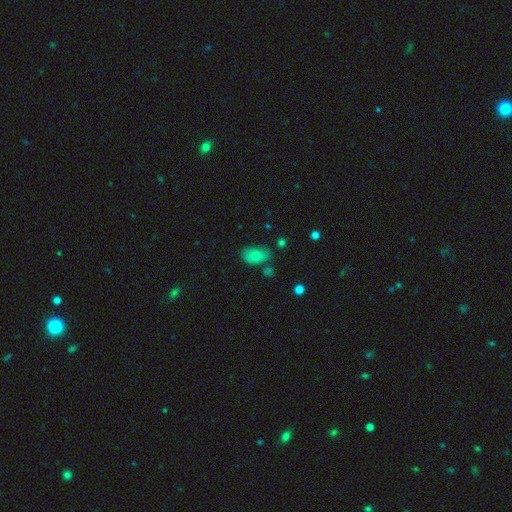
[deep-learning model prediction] smooth_or_featured: smooth (p=0.71) [alt: featured or disk p=0.19]
how_rounded: in between (p=0.87) [alt: round p=0.12]
merging: none (p=0.62) [alt: minor disturbance p=0.25]